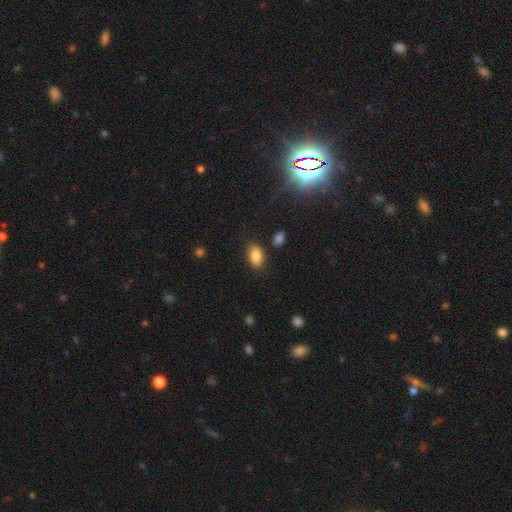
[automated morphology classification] smooth-or-featured: smooth: 84% | star or artifact: 9% | featured or disk: 7%
  how-rounded: in between: 89% | round: 9% | cigar-shaped: 2%
  merging: none: 82% | minor disturbance: 11% | merger: 4% | major disturbance: 3%